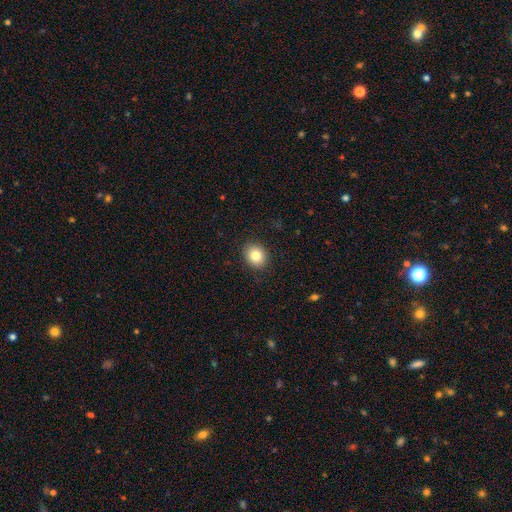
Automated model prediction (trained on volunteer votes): This appears to be a smooth galaxy with no disk features (83%) that is round (65%). Merging: none (89%).